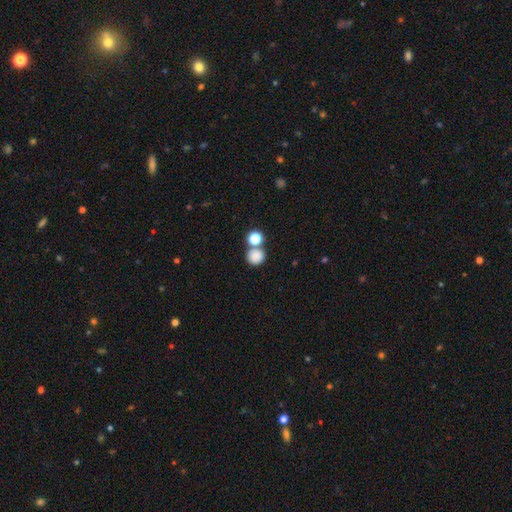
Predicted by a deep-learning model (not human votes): This is clearly a smooth galaxy (83%). How rounded: clearly round (89%). Merging: possibly none (58%).